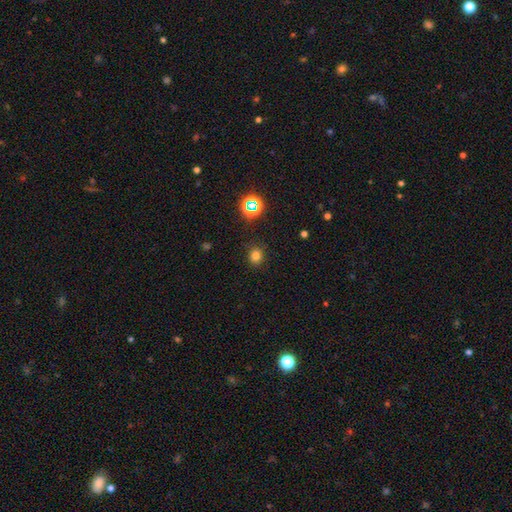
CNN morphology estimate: A smooth galaxy with no disk features (76%) that is round (81%).

Vote fractions:
- Smooth or featured? smooth: 76% / star or artifact: 18% / featured or disk: 5%
- How rounded? round: 81% / in between: 18% / cigar-shaped: 1%
- Merging? none: 88% / minor disturbance: 8% / major disturbance: 3% / merger: 1%